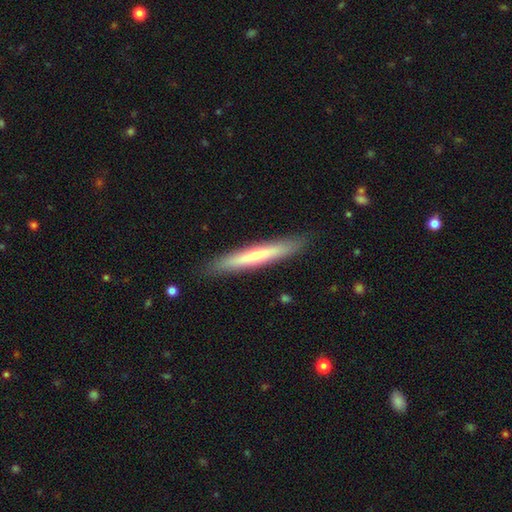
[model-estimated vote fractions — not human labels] Overall: smooth (59%; featured or disk 36%). How rounded: cigar-shaped (94%). Merging: none (89%).